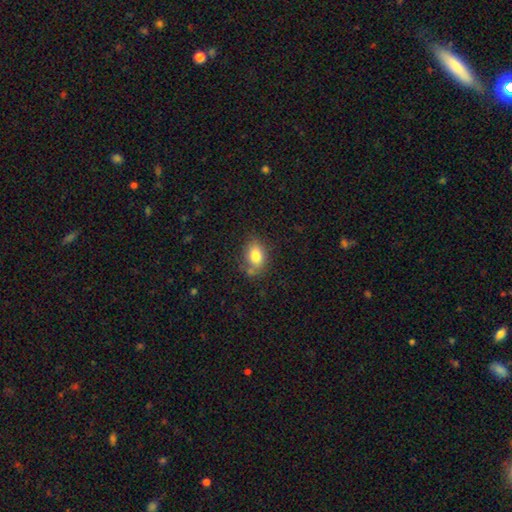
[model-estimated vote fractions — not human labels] Overall: smooth (81%). How rounded: in between (82%). Merging: none (70%).